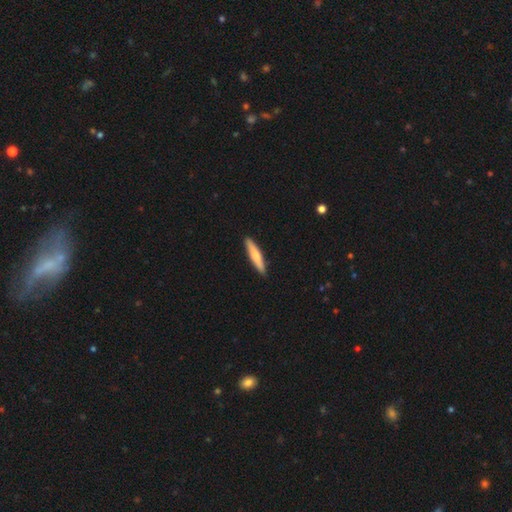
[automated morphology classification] type=smooth (68%); roundness=cigar-shaped (88%); merging=none (90%).